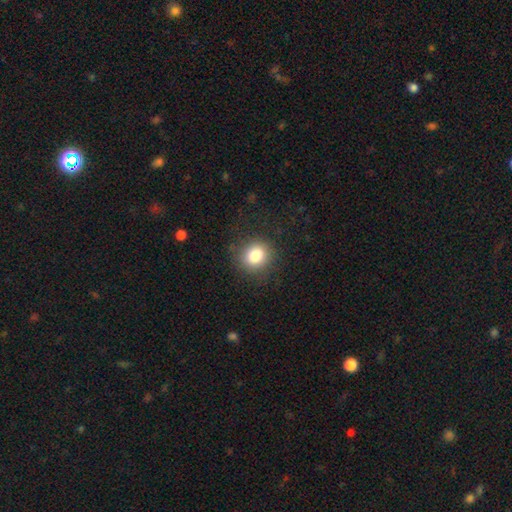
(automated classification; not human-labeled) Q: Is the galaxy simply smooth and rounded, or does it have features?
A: smooth — 83%.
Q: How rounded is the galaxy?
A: round — 77%.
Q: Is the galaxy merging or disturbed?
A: none — 85%.